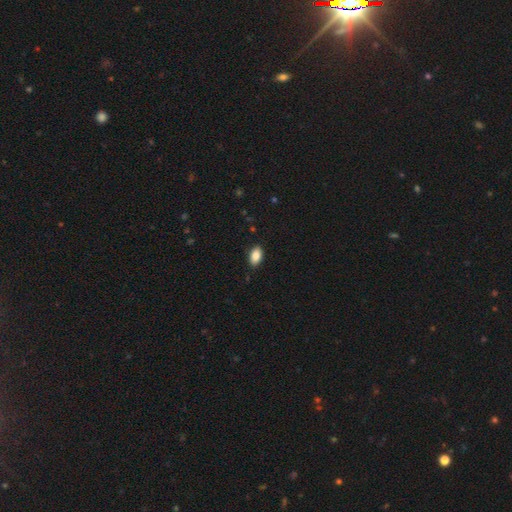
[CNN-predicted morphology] smooth_or_featured: smooth (p=0.87) [alt: star or artifact p=0.07]
how_rounded: in between (p=0.92) [alt: round p=0.06]
merging: none (p=0.88) [alt: minor disturbance p=0.09]